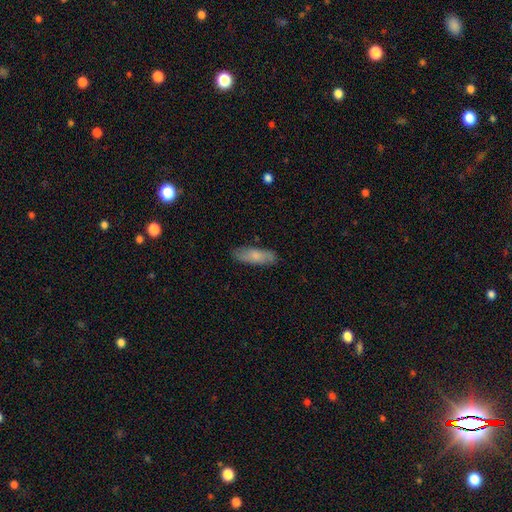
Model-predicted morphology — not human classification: A smooth galaxy with no disk features (74%) that is in between round and cigar-shaped (59%). Merging: none (83%).